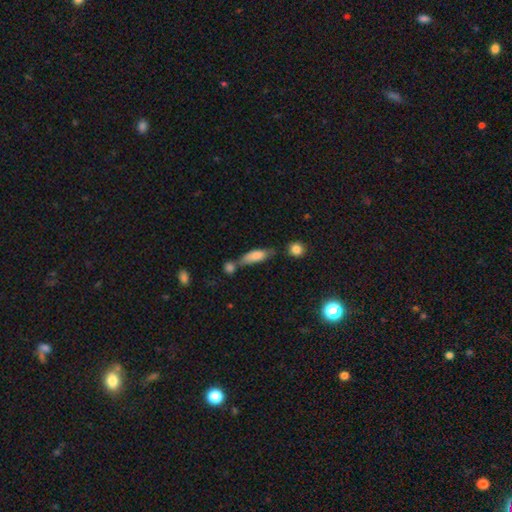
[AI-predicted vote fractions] The model was most divided on "merging": none: 42%, merger: 31%, minor disturbance: 20%, major disturbance: 7%. More confident: smooth or featured — smooth (77%); how rounded — in between (62%).